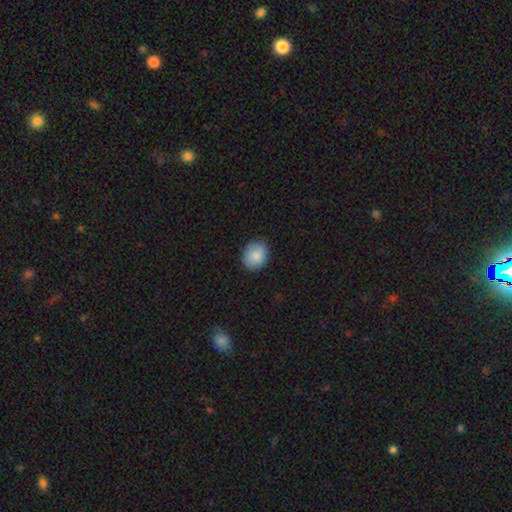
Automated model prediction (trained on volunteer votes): Morphology: type=smooth (87%); roundness=round (67%); merging=none (86%).